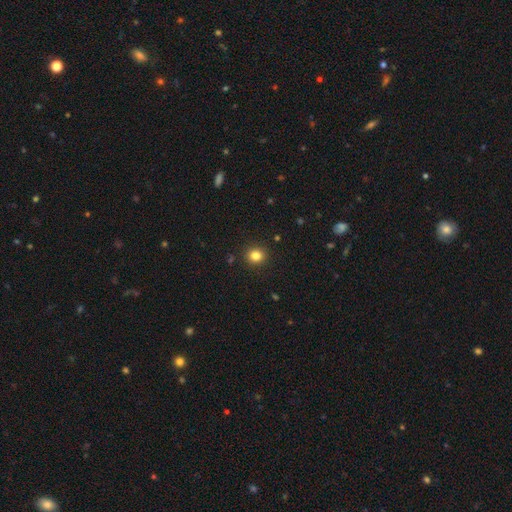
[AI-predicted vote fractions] This appears to be a smooth galaxy with no disk features (83%) that is round (84%). Merging: none (92%).